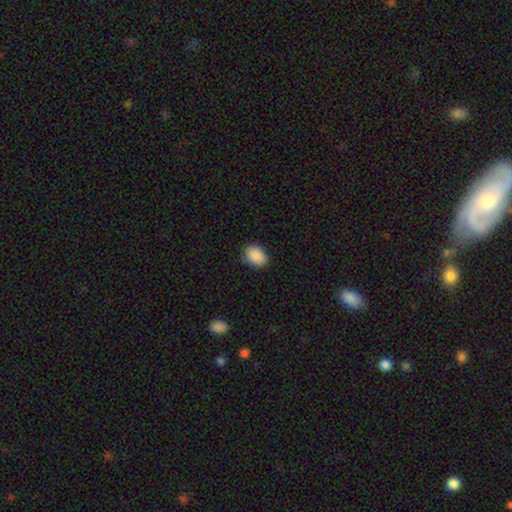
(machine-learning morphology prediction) This is clearly a smooth galaxy (90%). How rounded: likely in between (76%). Merging: clearly none (86%).